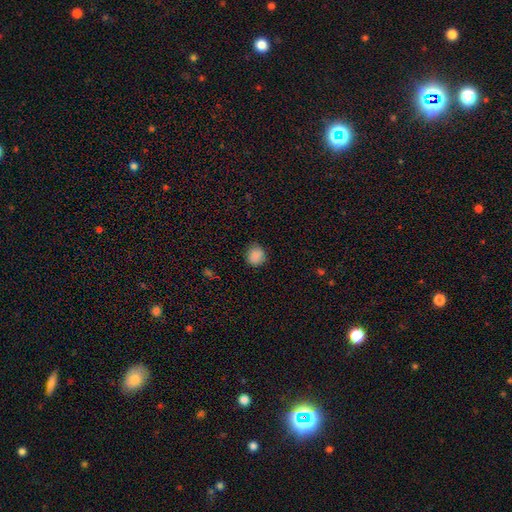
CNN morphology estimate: smooth-or-featured: smooth: 86% | star or artifact: 9% | featured or disk: 5%
  how-rounded: round: 85% | in between: 14% | cigar-shaped: 1%
  merging: none: 78% | minor disturbance: 17% | major disturbance: 4% | merger: 1%